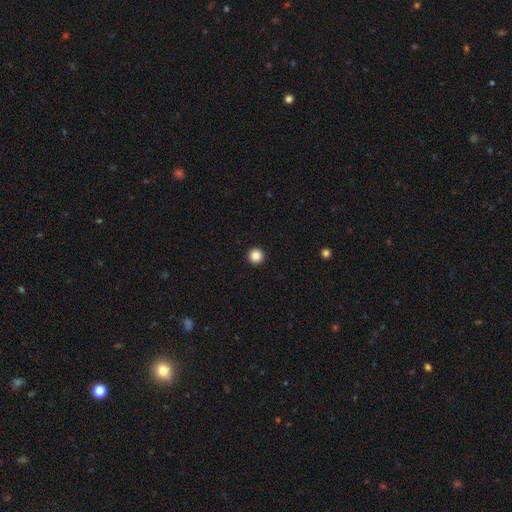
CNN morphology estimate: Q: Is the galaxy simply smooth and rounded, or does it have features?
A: smooth — 88%.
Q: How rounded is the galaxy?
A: round — 97%.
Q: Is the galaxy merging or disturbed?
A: none — 94%.